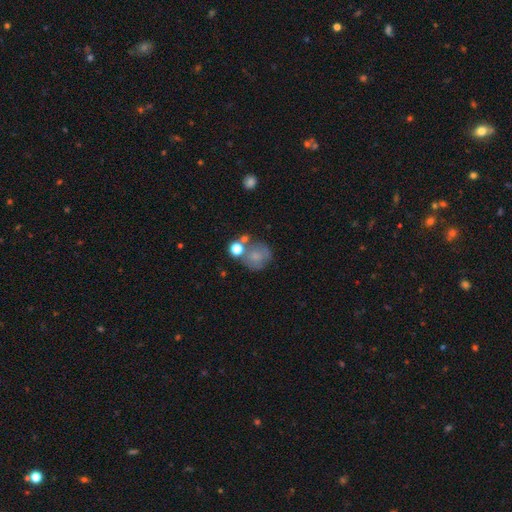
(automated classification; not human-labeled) smooth_or_featured: smooth (p=0.69) [alt: featured or disk p=0.19]
how_rounded: round (p=0.84) [alt: in between p=0.15]
merging: none (p=0.51) [alt: merger p=0.21]